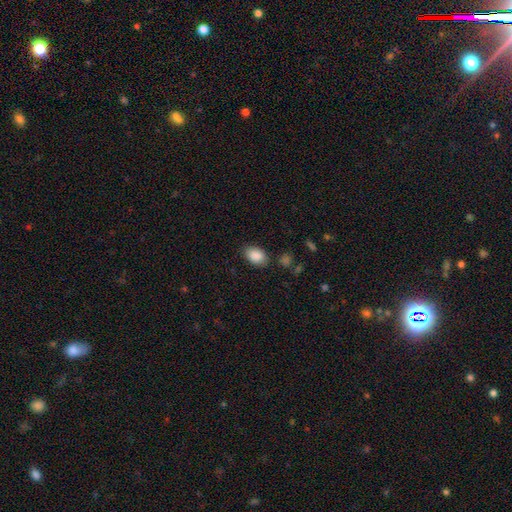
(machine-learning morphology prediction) smooth 89%, star or artifact 7%, featured or disk 4%. Down the decision tree: how rounded — in between (85%); merging — none (81%).